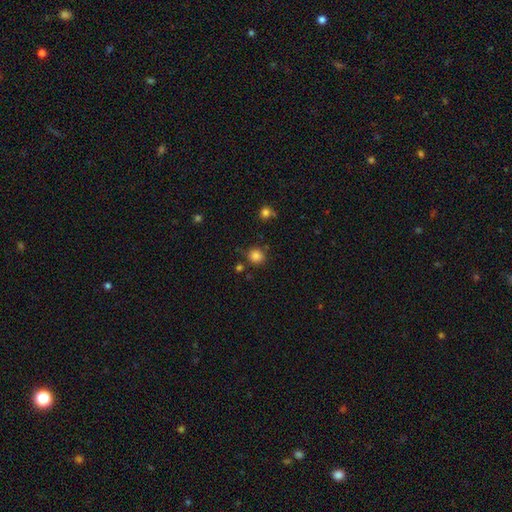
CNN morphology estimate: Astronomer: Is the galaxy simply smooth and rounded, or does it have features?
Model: smooth — 84%.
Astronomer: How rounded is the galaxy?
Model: round — 89%.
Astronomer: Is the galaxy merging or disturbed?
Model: none — 79%.